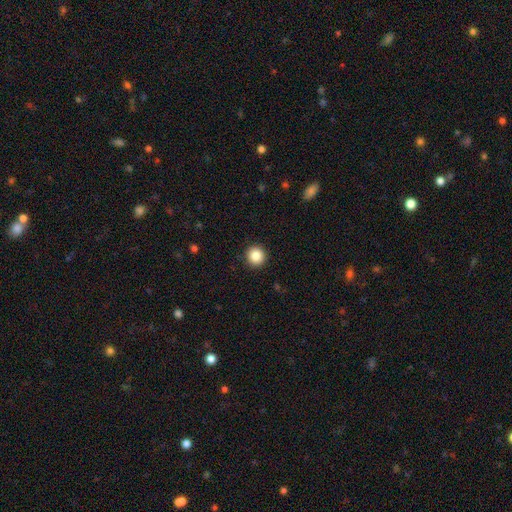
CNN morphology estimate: This appears to be a smooth galaxy with no disk features (86%) that is round (95%). Merging: none (93%).